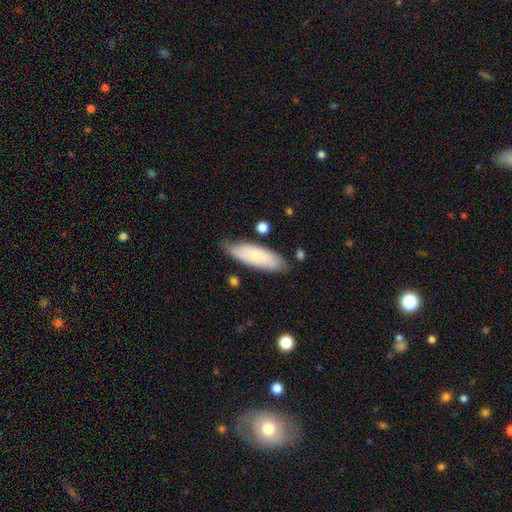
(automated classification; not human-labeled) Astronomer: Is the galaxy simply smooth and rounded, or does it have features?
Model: smooth — 71%.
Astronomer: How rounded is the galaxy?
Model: in between — 61% (runner-up: cigar-shaped, 38%).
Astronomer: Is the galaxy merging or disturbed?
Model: none — 72%.